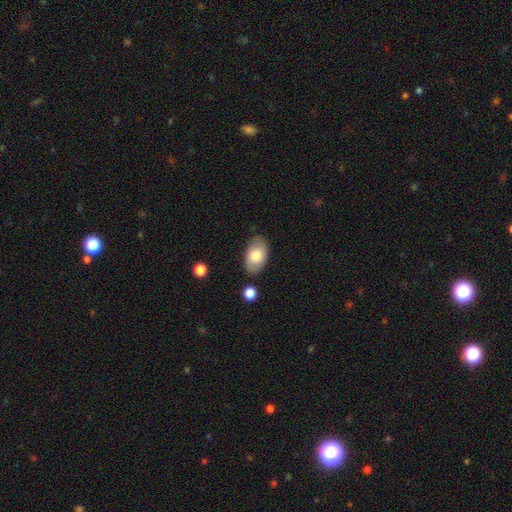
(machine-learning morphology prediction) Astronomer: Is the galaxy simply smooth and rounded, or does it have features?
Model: smooth — 81%.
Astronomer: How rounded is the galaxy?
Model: in between — 93%.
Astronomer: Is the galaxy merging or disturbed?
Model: none — 80%.